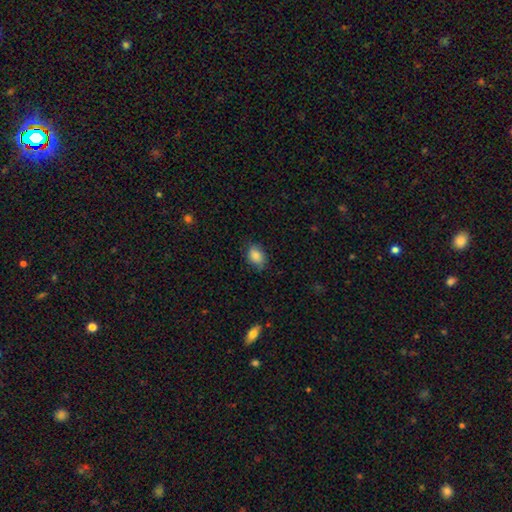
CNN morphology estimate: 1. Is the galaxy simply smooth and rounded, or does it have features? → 86% smooth, 8% star or artifact, 6% featured or disk.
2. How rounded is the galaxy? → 80% in between, 19% round, 1% cigar-shaped.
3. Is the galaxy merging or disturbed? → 75% none, 20% minor disturbance, 4% major disturbance, 1% merger.